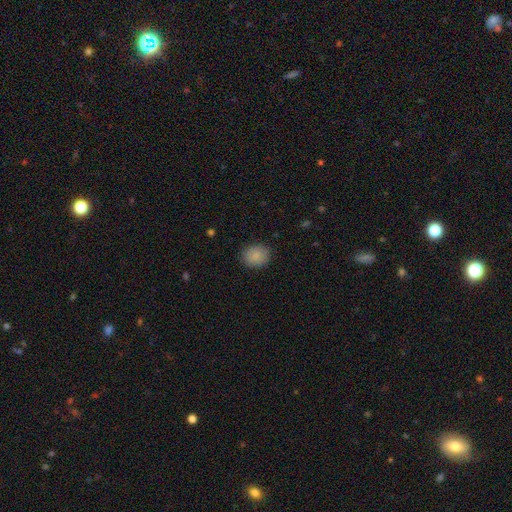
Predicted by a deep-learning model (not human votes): A smooth galaxy with no disk features (87%) that is round (61%). Merging: none (87%).